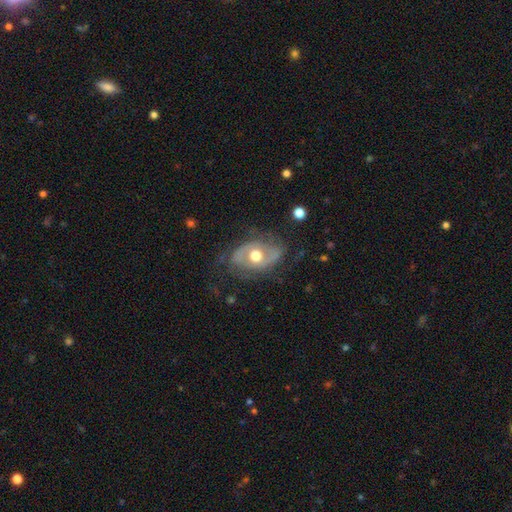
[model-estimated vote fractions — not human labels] This is likely a featured or disk galaxy (73%). It is clearly not viewed edge-on (94%). Bar: likely no (78%). Spiral arm pattern: likely yes (69%). Central bulge: likely moderate (75%). Merging: likely none (60%).